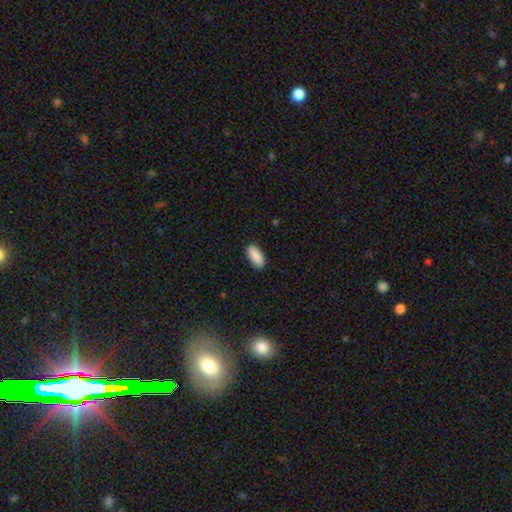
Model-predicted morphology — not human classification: smooth_or_featured: smooth (p=0.90) [alt: star or artifact p=0.06]
how_rounded: in between (p=0.86) [alt: cigar-shaped p=0.12]
merging: none (p=0.89) [alt: minor disturbance p=0.08]